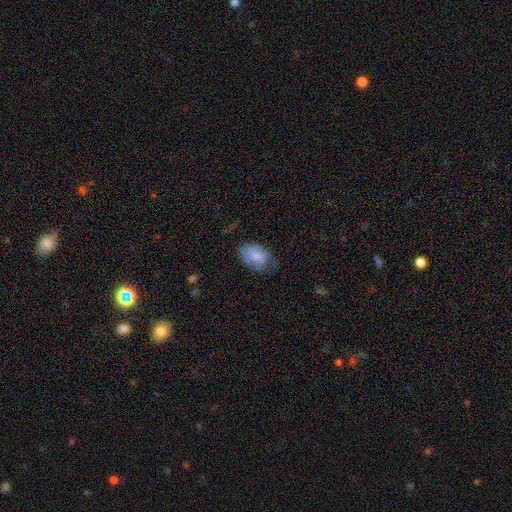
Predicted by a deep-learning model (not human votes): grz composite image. It shows a smooth galaxy with no disk features (70%) that is in between round and cigar-shaped (82%). Merging: none (51%).